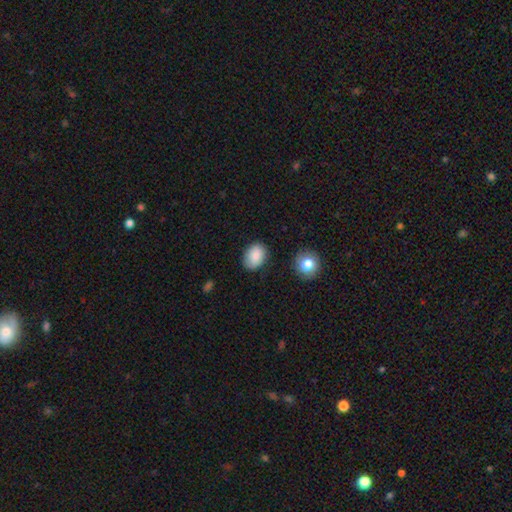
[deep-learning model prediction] Q: Smooth or featured?
A: smooth (84%); runner-up: featured or disk (8%)
Q: How rounded?
A: in between (71%); runner-up: round (28%)
Q: Merging?
A: none (81%); runner-up: minor disturbance (14%)